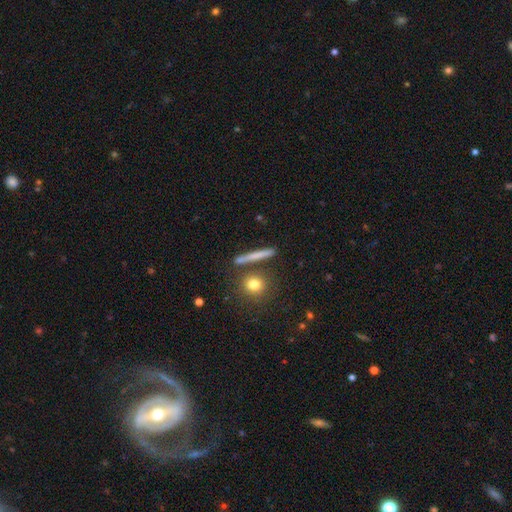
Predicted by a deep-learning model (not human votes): Overall: smooth (62%; featured or disk 28%). How rounded: cigar-shaped (84%). Merging: none (83%).